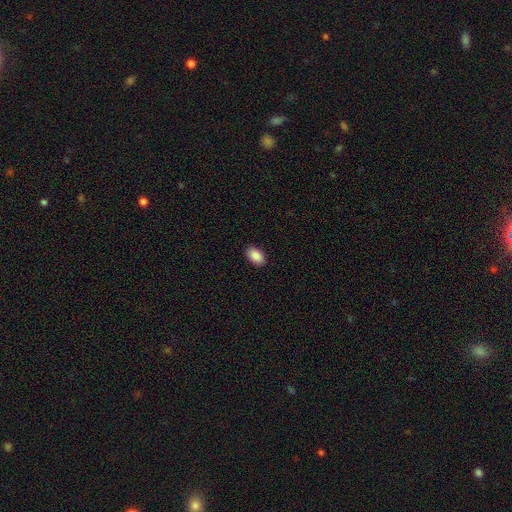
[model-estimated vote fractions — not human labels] Smooth or featured? Predicted: smooth (p=0.90). How rounded? Predicted: in between (p=0.93). Merging? Predicted: none (p=0.90).